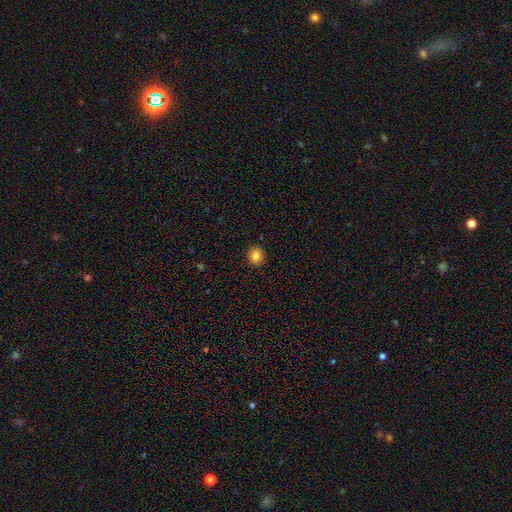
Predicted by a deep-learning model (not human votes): This is clearly a smooth galaxy (83%). How rounded: clearly round (86%). Merging: clearly none (92%).